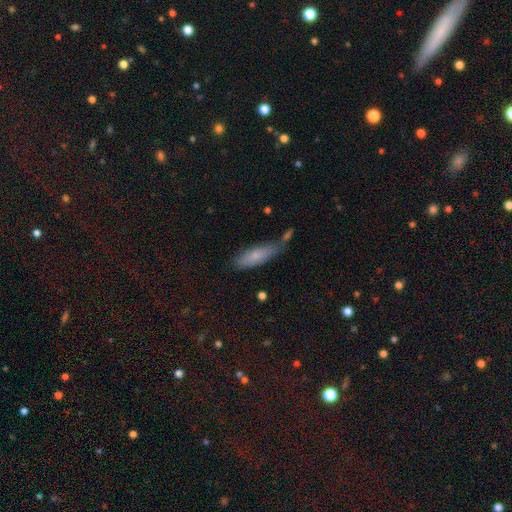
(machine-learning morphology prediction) smooth 72%, featured or disk 21%, star or artifact 7%. Down the decision tree: how rounded — cigar-shaped (50%); merging — none (57%).